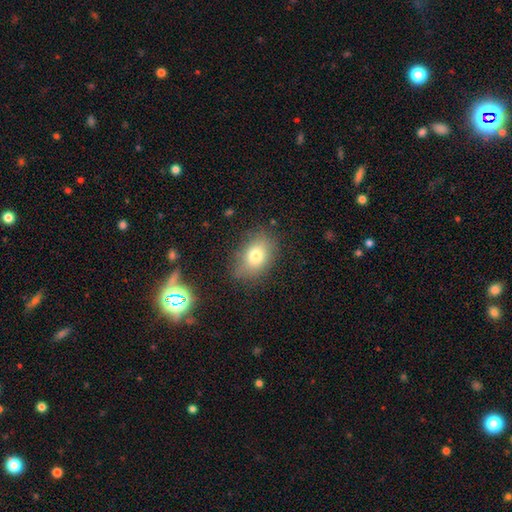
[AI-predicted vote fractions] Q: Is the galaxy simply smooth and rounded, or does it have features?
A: smooth — 75%.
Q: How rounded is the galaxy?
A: in between — 78%.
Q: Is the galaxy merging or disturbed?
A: none — 76%.